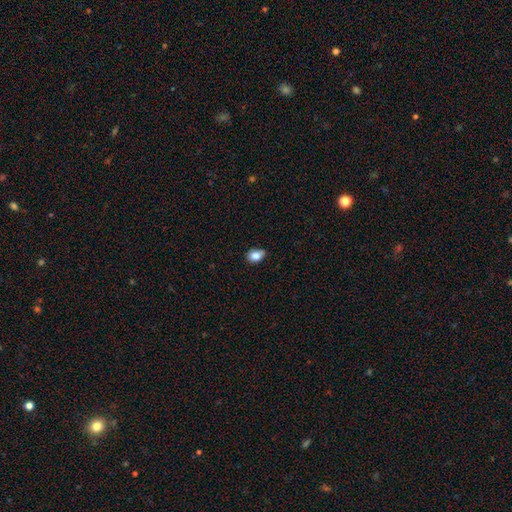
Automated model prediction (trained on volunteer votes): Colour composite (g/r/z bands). It shows a smooth galaxy with no disk features (84%) that is in between round and cigar-shaped (71%). Merging: none (60%).